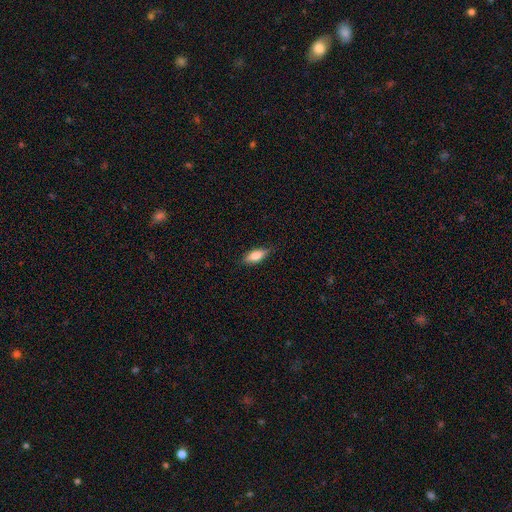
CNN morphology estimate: smooth_or_featured: smooth (p=0.79) [alt: featured or disk p=0.14]
how_rounded: in between (p=0.78) [alt: cigar-shaped p=0.19]
merging: none (p=0.78) [alt: minor disturbance p=0.18]